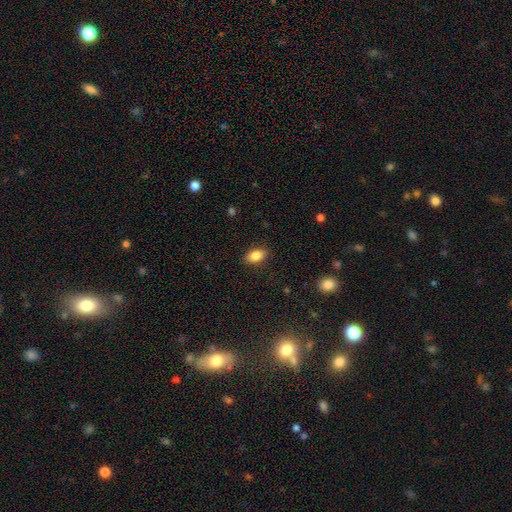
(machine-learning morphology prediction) A smooth galaxy with no disk features (82%) that is in between round and cigar-shaped (89%). Merging: none (88%).